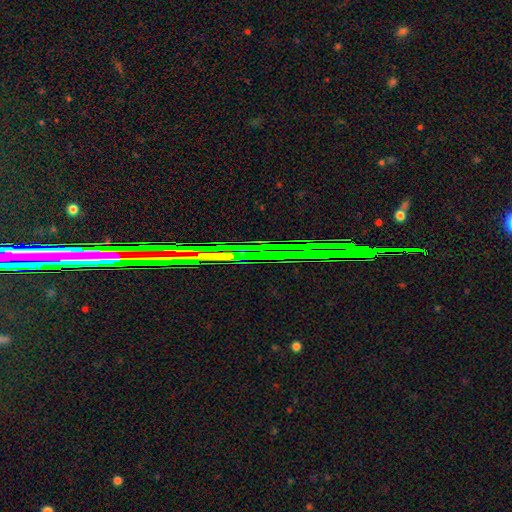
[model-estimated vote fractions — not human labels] The model was most divided on "smooth or featured": star or artifact: 84%, featured or disk: 9%, smooth: 7%.